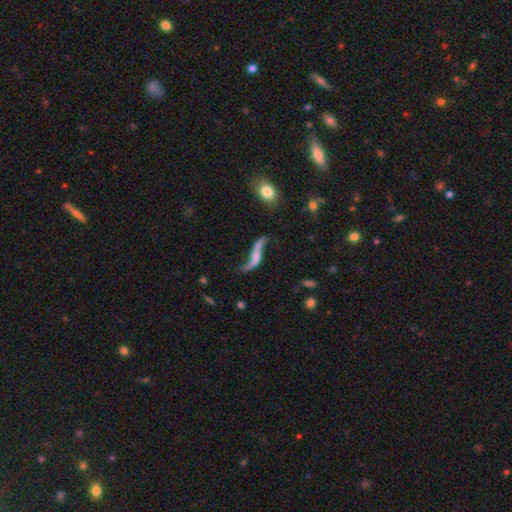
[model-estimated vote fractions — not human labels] Q: Smooth or featured?
A: featured or disk (83%); runner-up: smooth (10%)
Q: Edge-on disk?
A: no (87%); runner-up: yes (13%)
Q: Bar?
A: no (50%); runner-up: weak (31%)
Q: Spiral arms?
A: yes (93%); runner-up: no (7%)
Q: Spiral winding?
A: loose (96%); runner-up: medium (3%)
Q: Spiral arm count?
A: 2 (92%); runner-up: 1 (4%)
Q: Bulge size?
A: none (42%); runner-up: small (35%)
Q: Merging?
A: none (61%); runner-up: minor disturbance (19%)